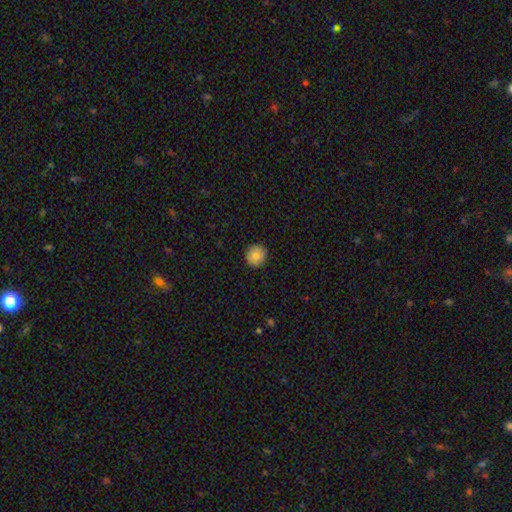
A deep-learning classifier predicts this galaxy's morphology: Smooth or featured? Predicted: smooth (p=0.79). How rounded? Predicted: round (p=0.93). Merging? Predicted: none (p=0.89).